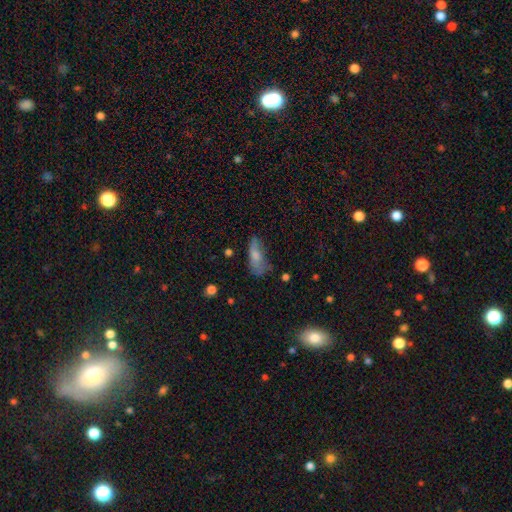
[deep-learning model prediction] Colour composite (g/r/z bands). It shows a smooth galaxy with no disk features (68%) that is in between round and cigar-shaped (68%). Merging: none (37%).